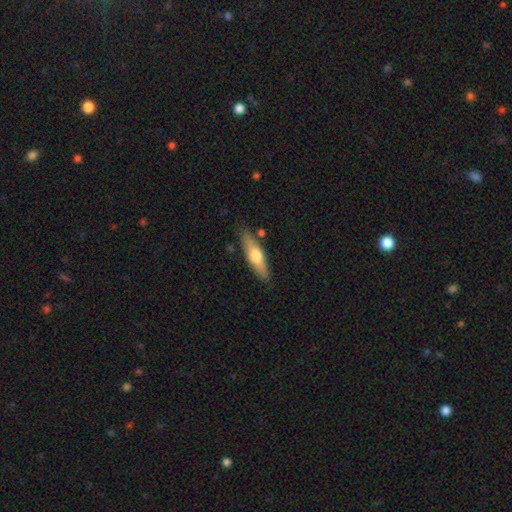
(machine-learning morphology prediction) Smooth or featured? Predicted: smooth (p=0.55). How rounded? Predicted: cigar-shaped (p=0.63). Merging? Predicted: none (p=0.81).